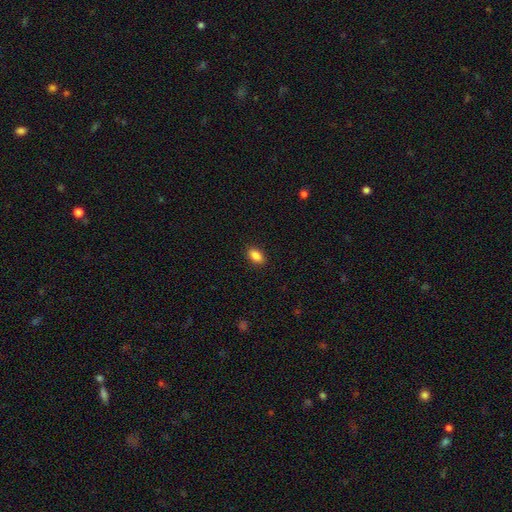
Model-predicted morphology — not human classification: Q: Smooth or featured?
A: smooth (88%); runner-up: star or artifact (8%)
Q: How rounded?
A: in between (90%); runner-up: round (8%)
Q: Merging?
A: none (89%); runner-up: minor disturbance (8%)